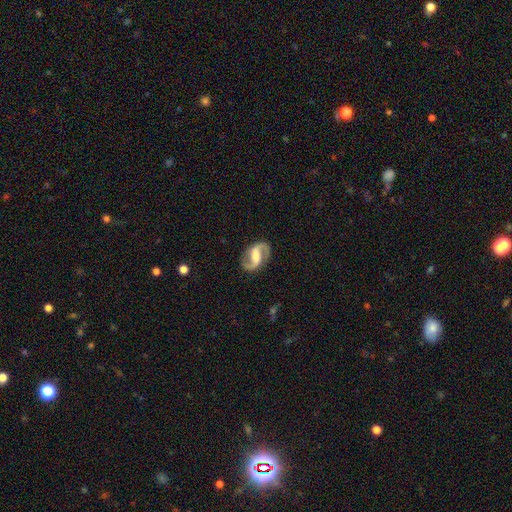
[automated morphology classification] Smooth or featured: featured or disk — 91% (smooth — 5%)
Edge-on disk: no — 98% (yes — 2%)
Bar: strong — 41% (weak — 40%)
Spiral arms: yes — 97% (no — 3%)
Spiral winding: medium — 55% (loose — 32%)
Spiral arm count: 2 — 94% (can't tell — 1%)
Bulge size: moderate — 35% (large — 25%)
Merging: none — 85% (minor disturbance — 10%)